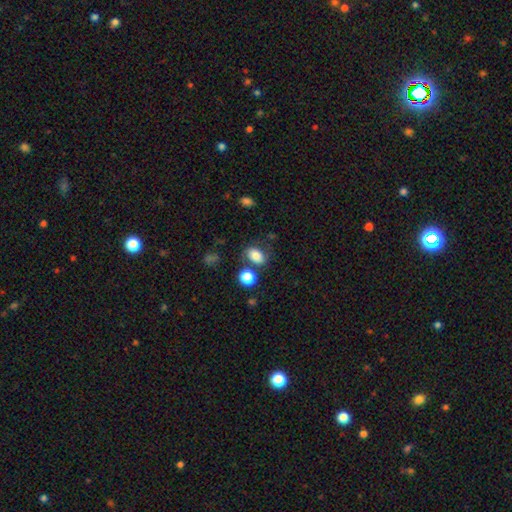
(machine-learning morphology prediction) smooth-or-featured: smooth: 80% | star or artifact: 10% | featured or disk: 9%
  how-rounded: in between: 77% | round: 22% | cigar-shaped: 1%
  merging: none: 65% | minor disturbance: 16% | merger: 13% | major disturbance: 6%